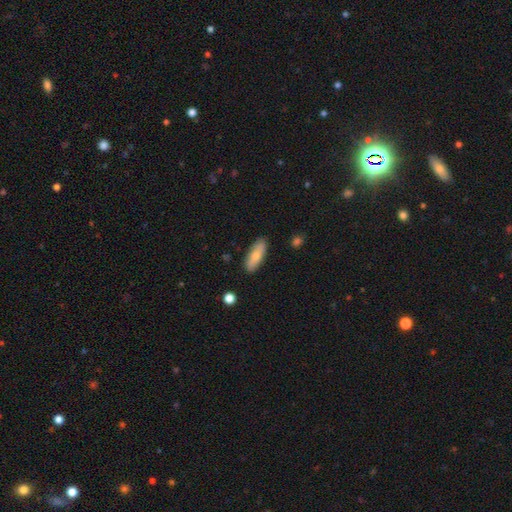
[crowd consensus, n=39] Q: Smooth or featured?
A: smooth (74%); runner-up: featured or disk (26%)
Q: How rounded?
A: in between (79%); runner-up: cigar-shaped (21%)
Q: Merging?
A: none (97%); runner-up: minor disturbance (3%)